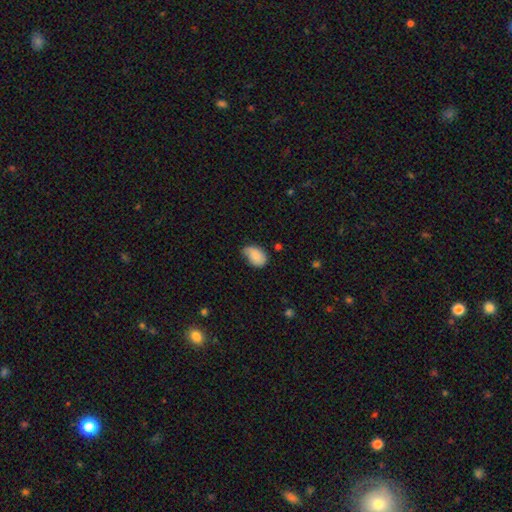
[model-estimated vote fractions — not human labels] smooth-or-featured: smooth: 84% | featured or disk: 9% | star or artifact: 7%
  how-rounded: in between: 88% | round: 11% | cigar-shaped: 1%
  merging: none: 50% | minor disturbance: 40% | major disturbance: 8% | merger: 2%